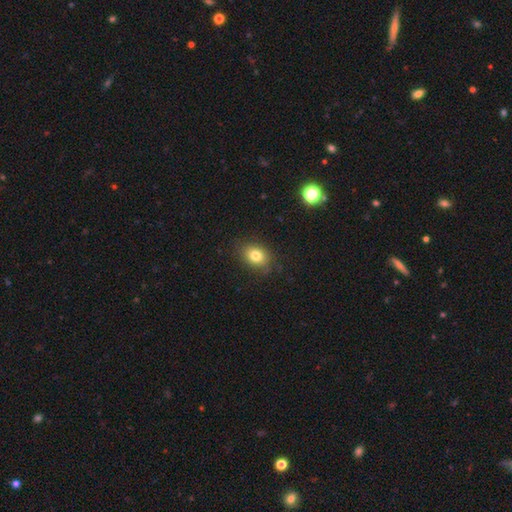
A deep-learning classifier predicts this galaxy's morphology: Smooth or featured? smooth (80%)
How rounded? in between (64%)
Merging? none (82%)